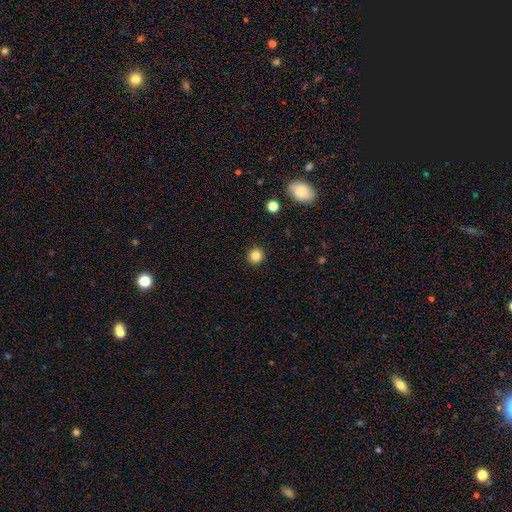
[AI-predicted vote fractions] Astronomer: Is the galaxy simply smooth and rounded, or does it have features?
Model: smooth — 84%.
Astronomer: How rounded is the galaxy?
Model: round — 92%.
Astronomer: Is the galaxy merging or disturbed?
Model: none — 92%.